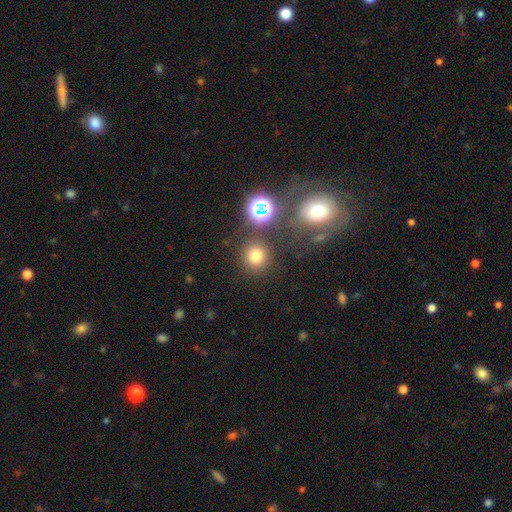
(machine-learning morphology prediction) Smooth or featured? Predicted: smooth (p=0.72). How rounded? Predicted: round (p=0.90). Merging? Predicted: none (p=0.83).